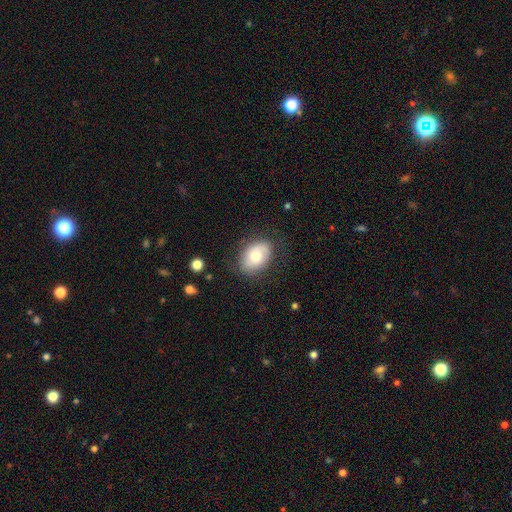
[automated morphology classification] Smooth or featured: smooth — 67% (featured or disk — 25%)
How rounded: in between — 82% (round — 17%)
Merging: none — 75% (minor disturbance — 18%)